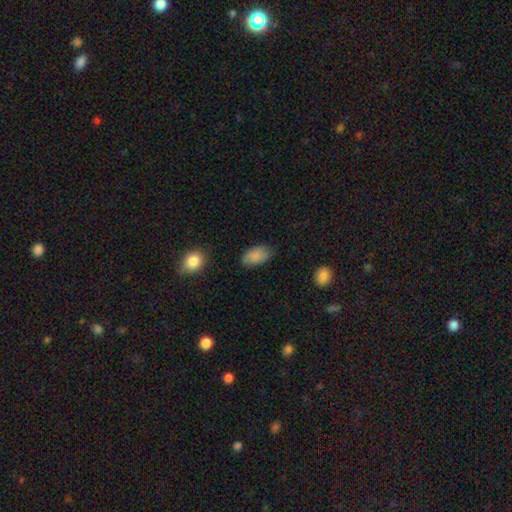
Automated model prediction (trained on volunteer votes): A smooth galaxy with no disk features (84%) that is in between round and cigar-shaped (93%). Merging: none (77%).